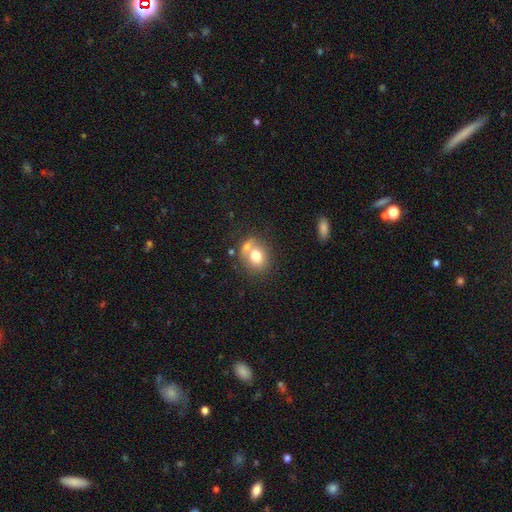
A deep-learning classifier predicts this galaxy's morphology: type=smooth (73%); roundness=round (60%); merging=none (43%).